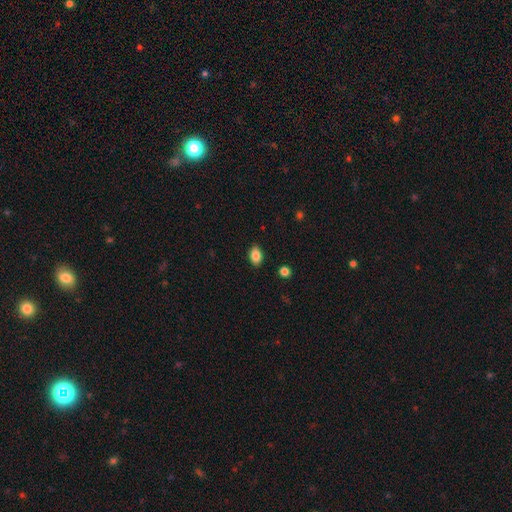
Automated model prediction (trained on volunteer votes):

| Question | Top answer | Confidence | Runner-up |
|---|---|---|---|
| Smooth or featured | smooth | 85% | star or artifact (9%) |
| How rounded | in between | 85% | round (13%) |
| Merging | none | 88% | minor disturbance (8%) |